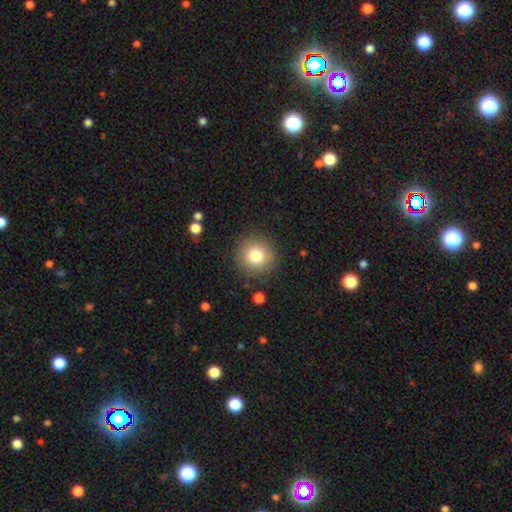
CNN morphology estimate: smooth_or_featured: smooth (p=0.80) [alt: star or artifact p=0.11]
how_rounded: round (p=0.95) [alt: in between p=0.04]
merging: none (p=0.89) [alt: minor disturbance p=0.07]